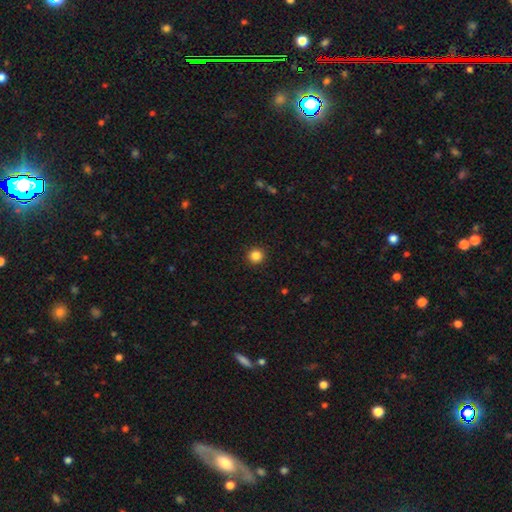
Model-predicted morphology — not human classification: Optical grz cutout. It shows a smooth galaxy with no disk features (85%) that is round (95%). Merging: none (93%).